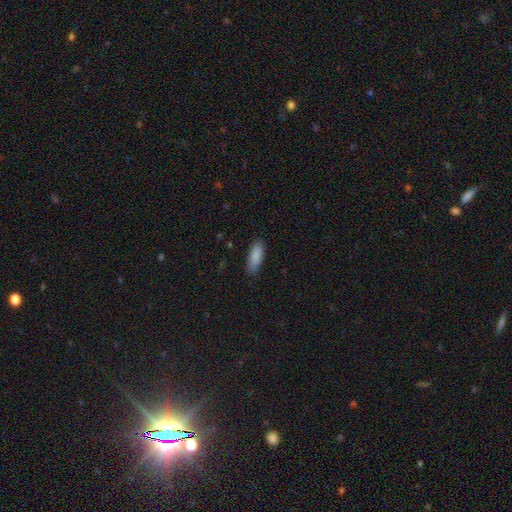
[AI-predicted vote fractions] Smooth or featured?
  - smooth: 89% *
  - star or artifact: 6%
  - featured or disk: 5%
How rounded?
  - in between: 67% *
  - cigar-shaped: 32%
  - round: 2%
Merging?
  - none: 83% *
  - minor disturbance: 13%
  - major disturbance: 2%
  - merger: 1%